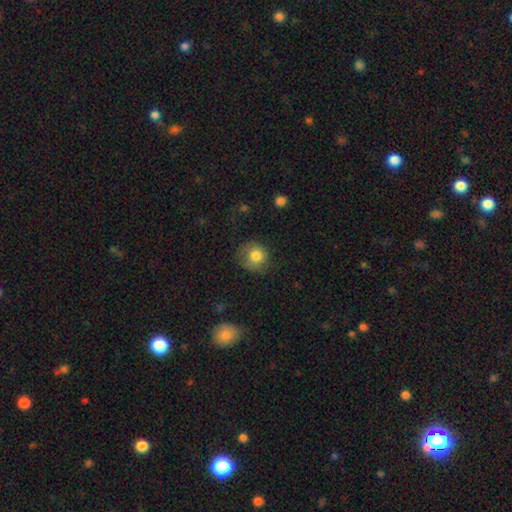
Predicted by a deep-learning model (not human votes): Q: Smooth or featured?
A: smooth (80%); runner-up: featured or disk (10%)
Q: How rounded?
A: round (86%); runner-up: in between (13%)
Q: Merging?
A: none (74%); runner-up: minor disturbance (19%)